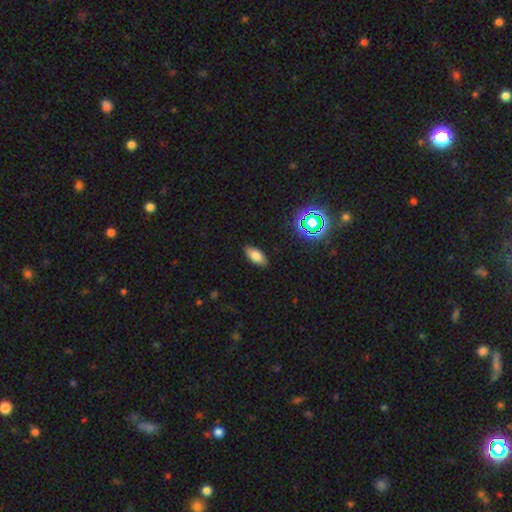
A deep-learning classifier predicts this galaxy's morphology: Smooth or featured?
  - smooth: 74% *
  - star or artifact: 13%
  - featured or disk: 13%
How rounded?
  - in between: 87% *
  - cigar-shaped: 10%
  - round: 4%
Merging?
  - none: 88% *
  - minor disturbance: 9%
  - major disturbance: 2%
  - merger: 1%